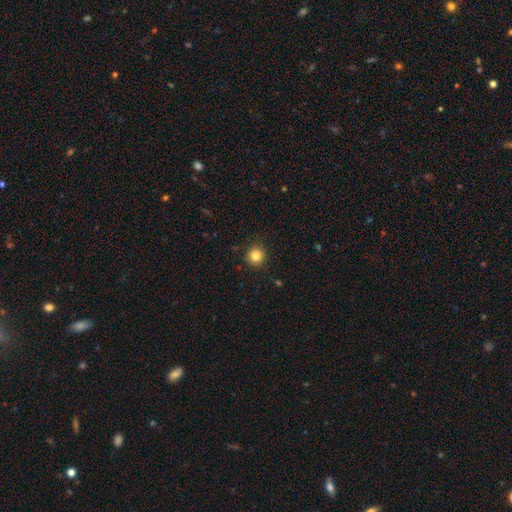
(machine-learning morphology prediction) Q: Smooth or featured?
A: smooth (83%); runner-up: star or artifact (12%)
Q: How rounded?
A: round (94%); runner-up: in between (5%)
Q: Merging?
A: none (91%); runner-up: minor disturbance (6%)